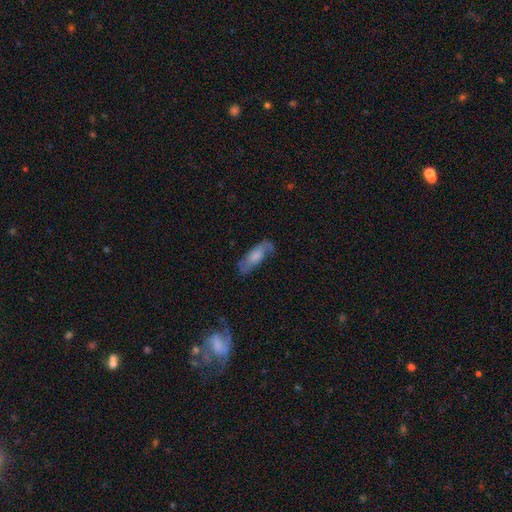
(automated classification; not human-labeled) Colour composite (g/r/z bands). It shows a featured or disk galaxy (52%). Merging: none (65%).